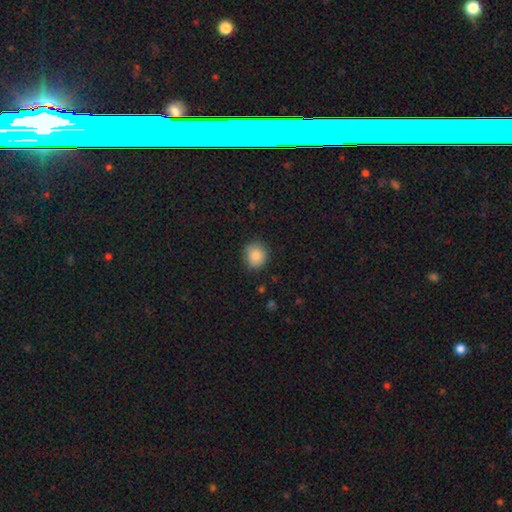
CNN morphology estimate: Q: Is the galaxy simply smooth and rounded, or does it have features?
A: smooth — 85%.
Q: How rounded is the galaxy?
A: round — 85%.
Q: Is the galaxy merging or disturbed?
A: none — 85%.